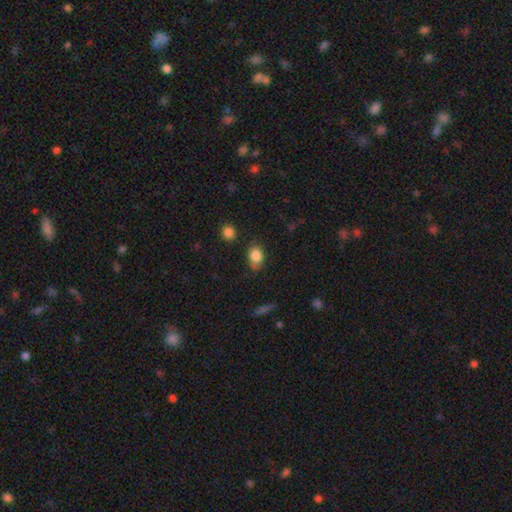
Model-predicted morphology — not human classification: Q: Smooth or featured?
A: smooth (85%); runner-up: star or artifact (9%)
Q: How rounded?
A: in between (67%); runner-up: round (32%)
Q: Merging?
A: none (68%); runner-up: minor disturbance (24%)